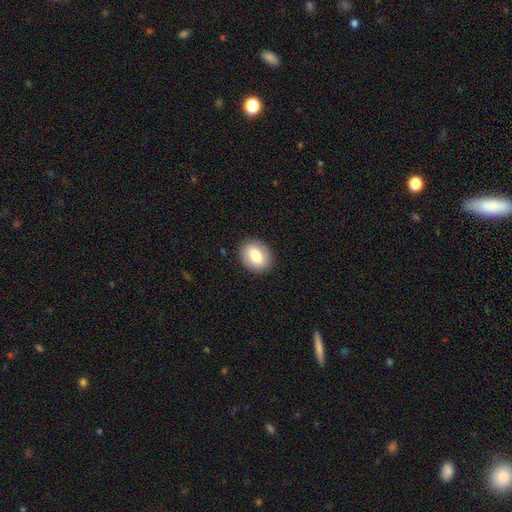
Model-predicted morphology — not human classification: smooth 78%, featured or disk 15%, star or artifact 7%. Down the decision tree: how rounded — in between (56%); merging — none (88%).